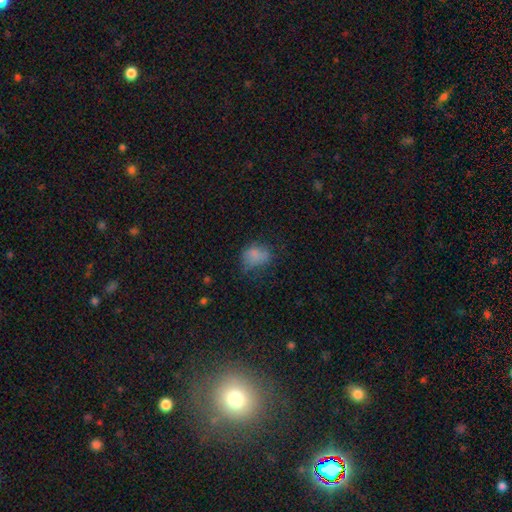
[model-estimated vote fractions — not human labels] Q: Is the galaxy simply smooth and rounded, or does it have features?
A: smooth — 74%.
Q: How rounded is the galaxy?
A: in between — 59%.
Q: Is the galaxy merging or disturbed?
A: none — 47%.